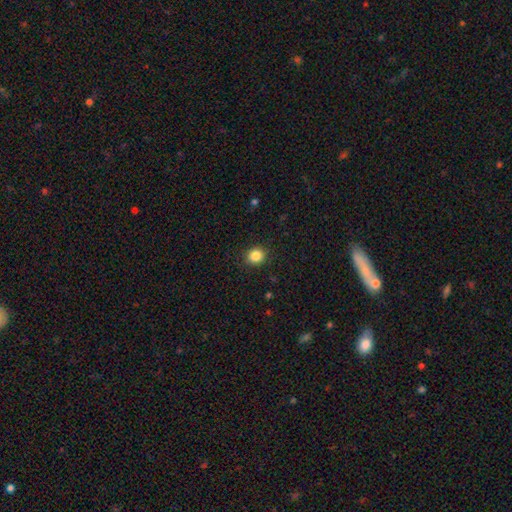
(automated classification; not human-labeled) Smooth or featured: smooth — 85% (star or artifact — 11%)
How rounded: round — 82% (in between — 17%)
Merging: none — 90% (minor disturbance — 7%)